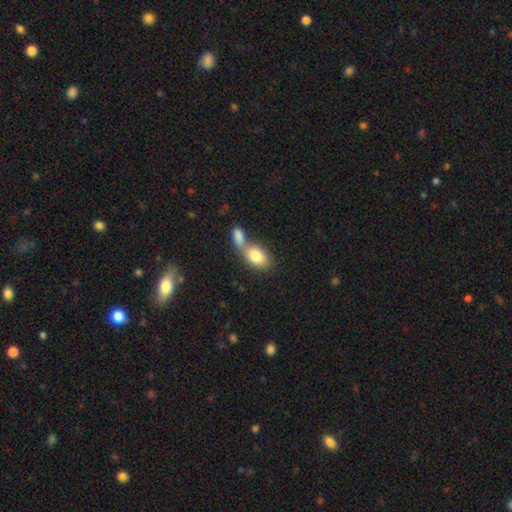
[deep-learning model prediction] Overall: smooth (81%). How rounded: in between (86%). Merging: merger (56%; none 30%).